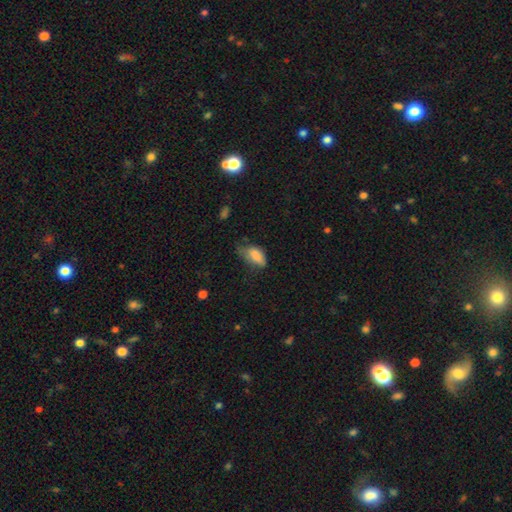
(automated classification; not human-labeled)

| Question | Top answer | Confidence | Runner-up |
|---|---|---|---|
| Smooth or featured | smooth | 81% | featured or disk (10%) |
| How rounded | in between | 91% | cigar-shaped (5%) |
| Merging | minor disturbance | 43% | none (29%) |